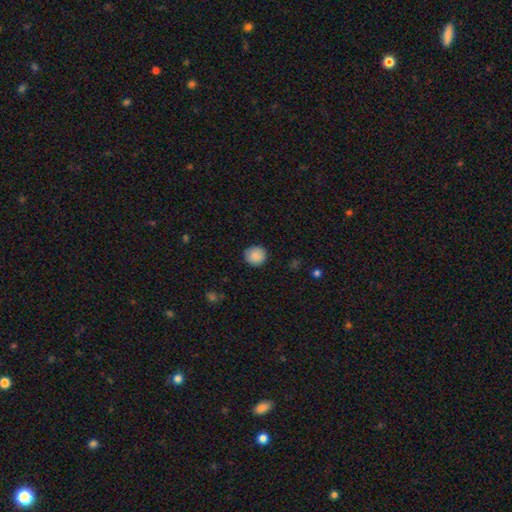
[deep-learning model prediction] smooth 88%, star or artifact 8%, featured or disk 3%. Down the decision tree: how rounded — round (91%); merging — none (89%).